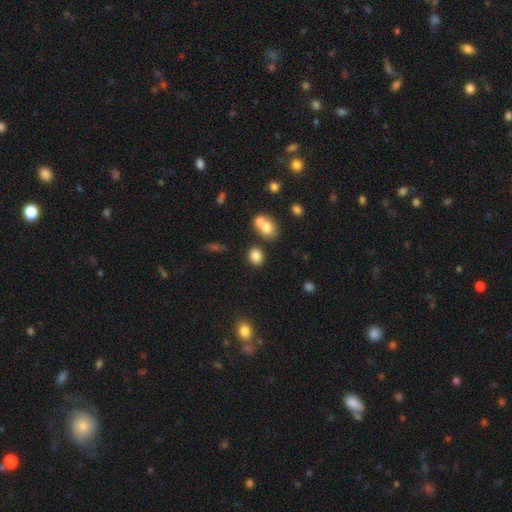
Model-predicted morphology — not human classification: type=smooth (81%); roundness=round (58%); merging=none (73%).